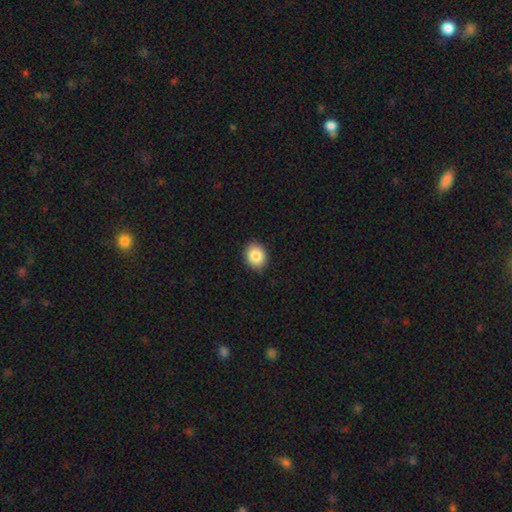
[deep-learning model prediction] smooth_or_featured: smooth (p=0.86) [alt: star or artifact p=0.08]
how_rounded: round (p=0.53) [alt: in between p=0.46]
merging: none (p=0.89) [alt: minor disturbance p=0.08]